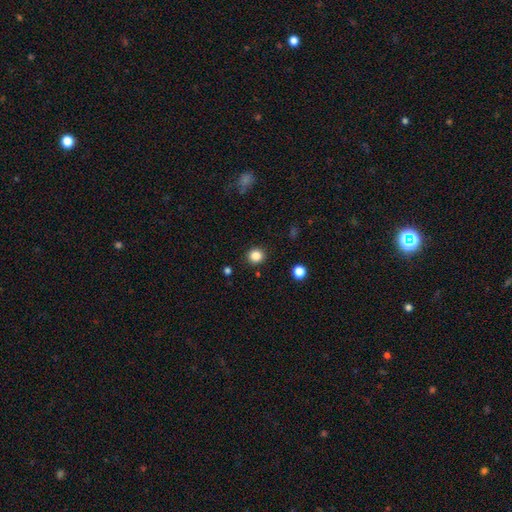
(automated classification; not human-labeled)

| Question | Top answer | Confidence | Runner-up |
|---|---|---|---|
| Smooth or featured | smooth | 85% | star or artifact (12%) |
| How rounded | round | 90% | in between (9%) |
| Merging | none | 91% | minor disturbance (6%) |